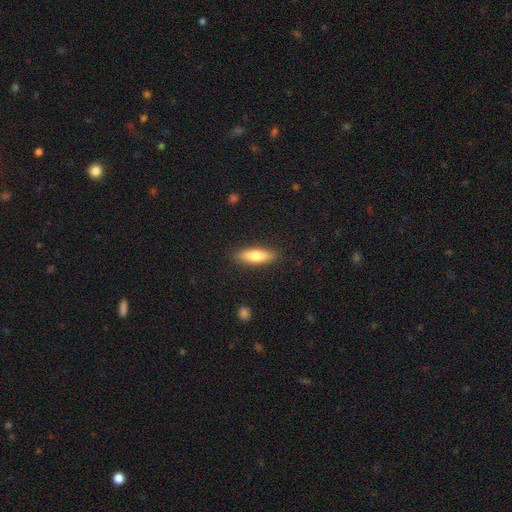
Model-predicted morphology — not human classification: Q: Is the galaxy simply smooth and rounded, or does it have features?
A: smooth — 71%.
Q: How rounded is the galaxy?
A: cigar-shaped — 52%.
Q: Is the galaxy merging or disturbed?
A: none — 89%.